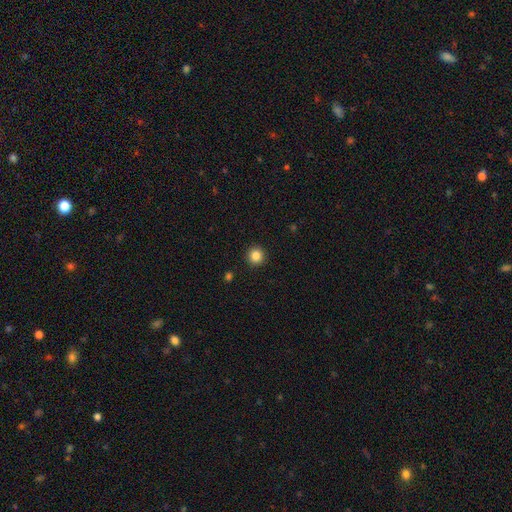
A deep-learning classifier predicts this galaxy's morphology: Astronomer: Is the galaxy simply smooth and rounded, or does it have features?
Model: smooth — 85%.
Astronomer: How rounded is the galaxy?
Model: round — 96%.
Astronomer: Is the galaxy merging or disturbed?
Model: none — 93%.